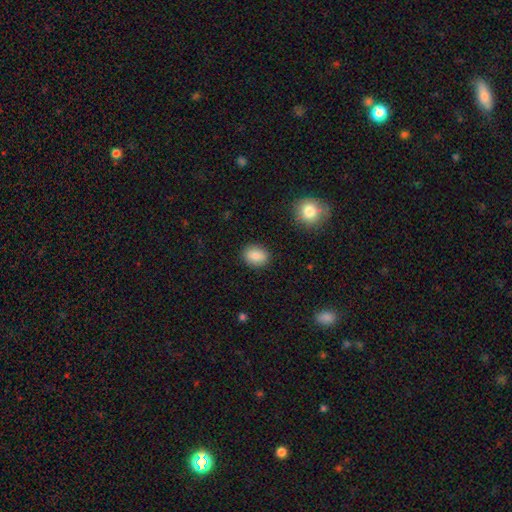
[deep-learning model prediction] smooth-or-featured: smooth: 87% | star or artifact: 8% | featured or disk: 5%
  how-rounded: in between: 62% | round: 36% | cigar-shaped: 1%
  merging: none: 89% | minor disturbance: 8% | major disturbance: 2% | merger: 1%